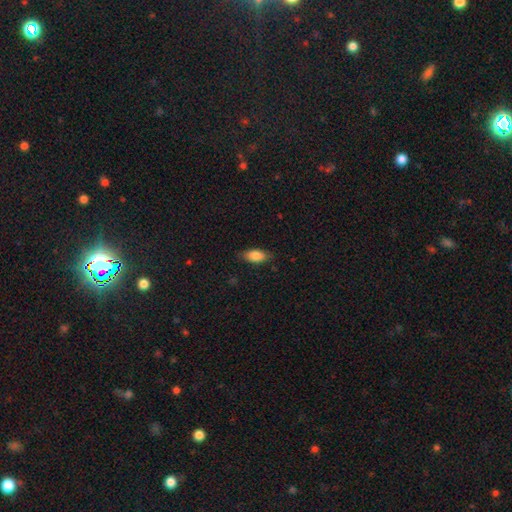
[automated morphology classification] A smooth galaxy with no disk features (81%) that is in between round and cigar-shaped (86%).

Vote fractions:
- Smooth or featured? smooth: 81% / featured or disk: 12% / star or artifact: 7%
- How rounded? in between: 86% / cigar-shaped: 10% / round: 3%
- Merging? none: 81% / minor disturbance: 15% / major disturbance: 3% / merger: 1%